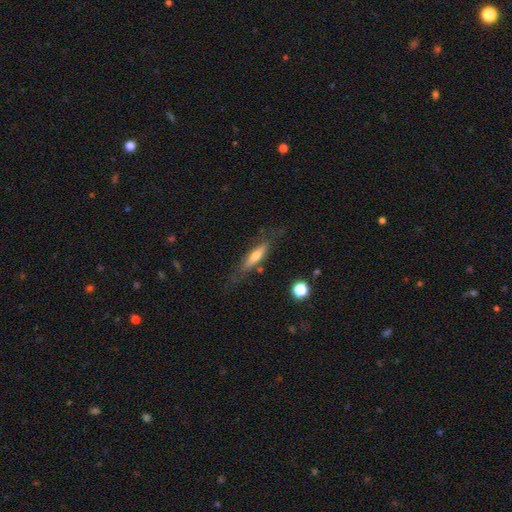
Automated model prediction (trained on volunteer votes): Smooth or featured? Predicted: smooth (p=0.49). Merging? Predicted: none (p=0.70).